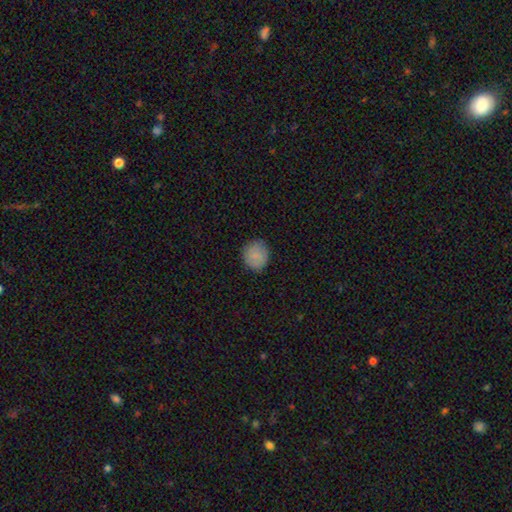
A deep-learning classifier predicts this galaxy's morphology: Smooth or featured? smooth (86%)
How rounded? round (83%)
Merging? none (87%)